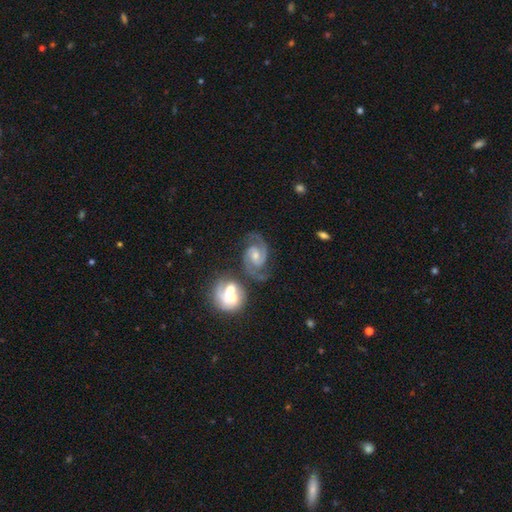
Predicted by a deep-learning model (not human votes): Q: Smooth or featured?
A: featured or disk (89%); runner-up: smooth (5%)
Q: Edge-on disk?
A: no (98%); runner-up: yes (2%)
Q: Bar?
A: weak (44%); runner-up: no (43%)
Q: Spiral arms?
A: yes (98%); runner-up: no (2%)
Q: Spiral winding?
A: medium (56%); runner-up: tight (34%)
Q: Spiral arm count?
A: 2 (93%); runner-up: can't tell (2%)
Q: Bulge size?
A: moderate (54%); runner-up: small (37%)
Q: Merging?
A: none (66%); runner-up: minor disturbance (15%)